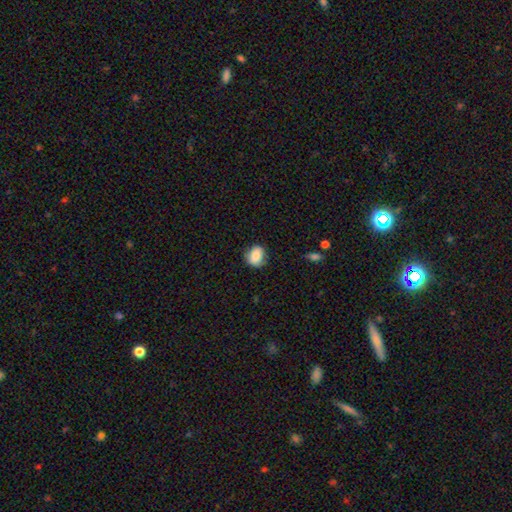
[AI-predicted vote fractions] This appears to be a smooth galaxy with no disk features (84%) that is round (51%). Merging: none (73%).